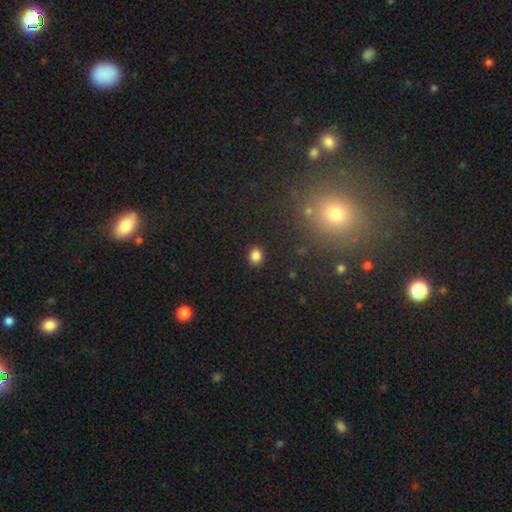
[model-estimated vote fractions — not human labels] Smooth or featured: smooth — 84% (star or artifact — 11%)
How rounded: round — 59% (in between — 40%)
Merging: none — 89% (minor disturbance — 7%)